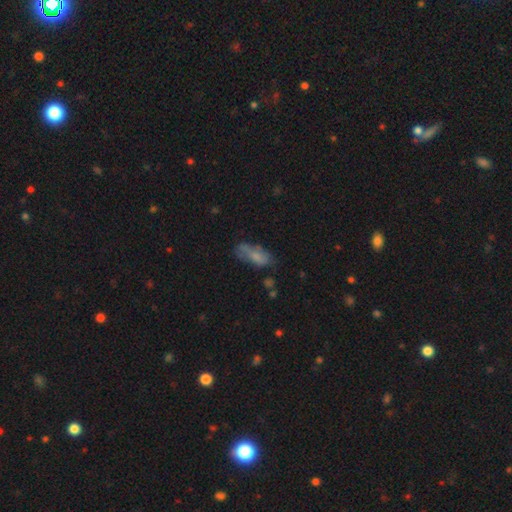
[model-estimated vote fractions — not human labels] Overall: smooth (66%). How rounded: in between (78%). Merging: none (48%; minor disturbance 30%).